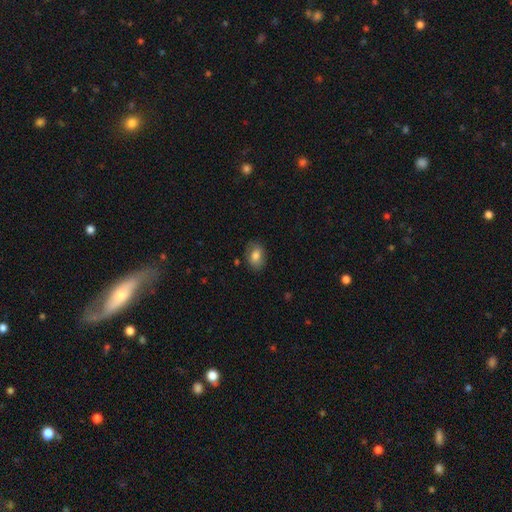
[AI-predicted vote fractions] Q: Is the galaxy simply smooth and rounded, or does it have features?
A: smooth — 80%.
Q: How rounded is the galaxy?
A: in between — 79%.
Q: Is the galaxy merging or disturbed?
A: none — 80%.